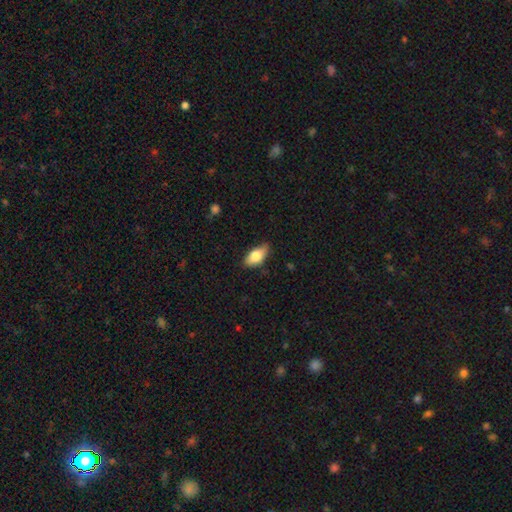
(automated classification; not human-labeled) Smooth or featured? Predicted: smooth (p=0.76). How rounded? Predicted: in between (p=0.88). Merging? Predicted: none (p=0.80).